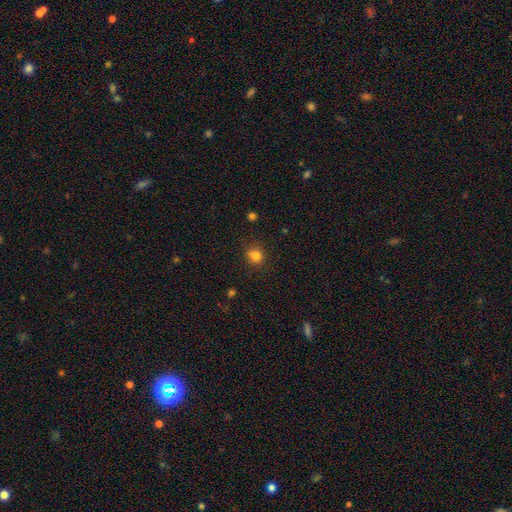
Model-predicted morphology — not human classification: This is clearly a smooth galaxy (81%). How rounded: clearly round (82%). Merging: likely none (76%).